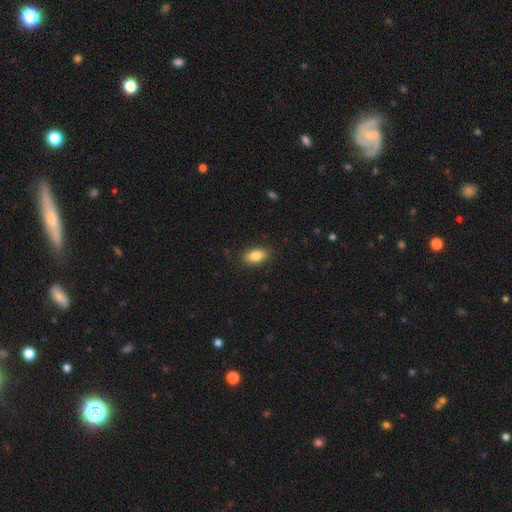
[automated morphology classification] smooth_or_featured: smooth (p=0.84) [alt: featured or disk p=0.08]
how_rounded: in between (p=0.89) [alt: round p=0.06]
merging: none (p=0.86) [alt: minor disturbance p=0.10]